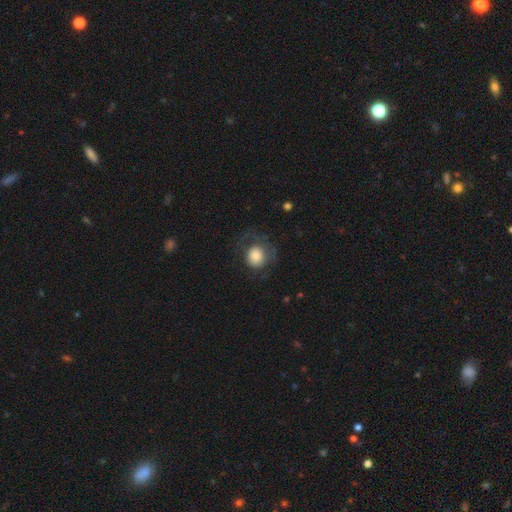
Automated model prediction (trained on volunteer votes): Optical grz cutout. It shows a smooth galaxy with no disk features (77%) that is round (82%). Merging: none (53%).